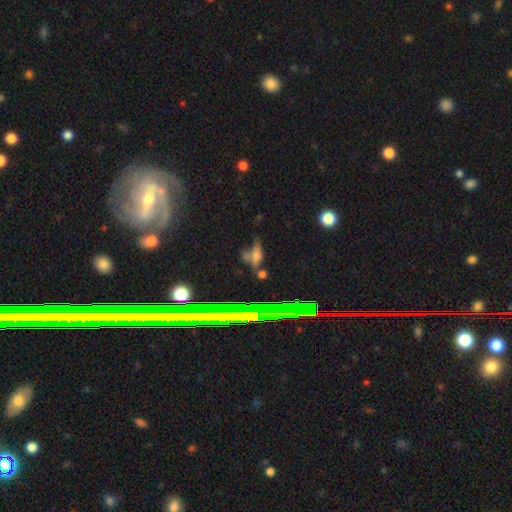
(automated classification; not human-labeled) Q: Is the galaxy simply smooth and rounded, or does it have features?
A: smooth — 42%.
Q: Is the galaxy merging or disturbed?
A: none — 41%.